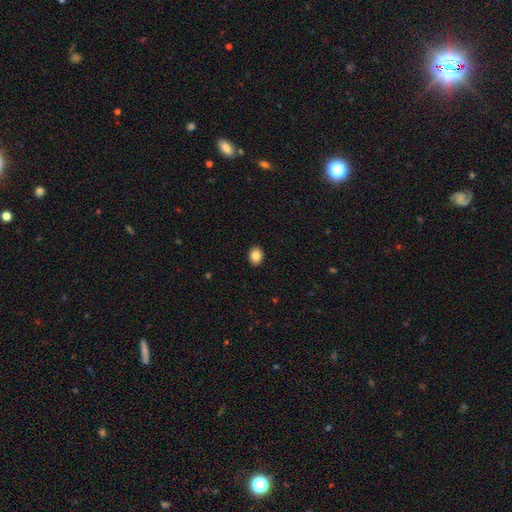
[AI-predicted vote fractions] A smooth galaxy with no disk features (84%) that is in between round and cigar-shaped (52%).

Vote fractions:
- Smooth or featured? smooth: 84% / star or artifact: 9% / featured or disk: 7%
- How rounded? in between: 52% / round: 47% / cigar-shaped: 1%
- Merging? none: 92% / minor disturbance: 6% / major disturbance: 2% / merger: 1%